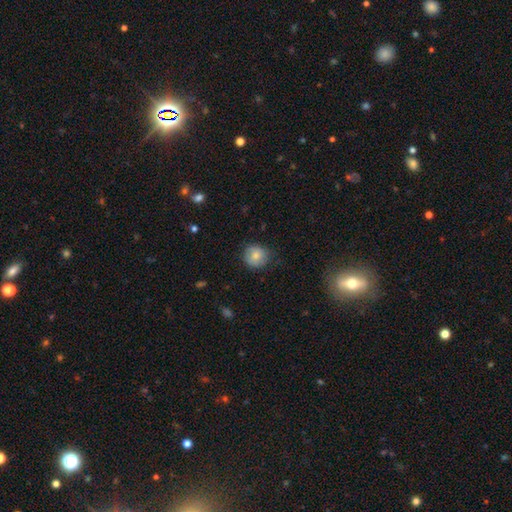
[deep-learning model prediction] smooth 78%, featured or disk 13%, star or artifact 8%. Down the decision tree: how rounded — round (89%); merging — none (74%).